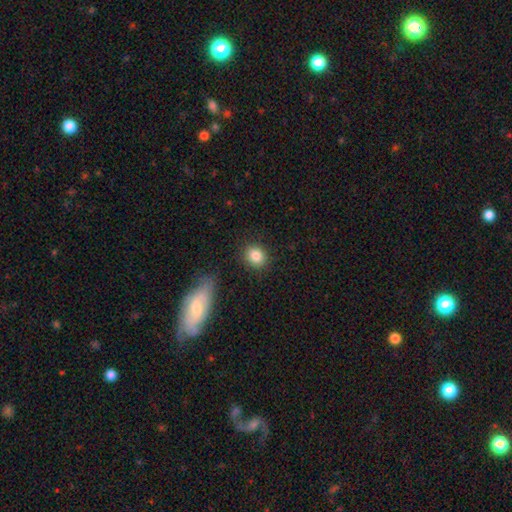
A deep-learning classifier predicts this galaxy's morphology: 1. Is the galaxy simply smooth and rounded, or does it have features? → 85% smooth, 9% star or artifact, 6% featured or disk.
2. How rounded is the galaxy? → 76% round, 23% in between, 1% cigar-shaped.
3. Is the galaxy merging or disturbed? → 87% none, 8% minor disturbance, 3% major disturbance, 2% merger.